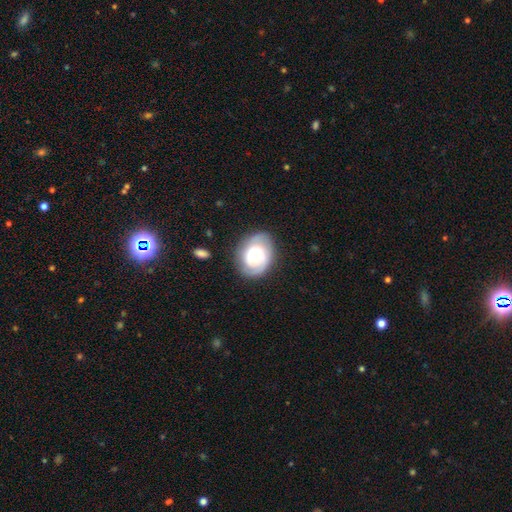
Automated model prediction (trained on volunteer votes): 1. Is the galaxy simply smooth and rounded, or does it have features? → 56% featured or disk, 37% smooth, 7% star or artifact.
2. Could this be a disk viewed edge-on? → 97% no, 3% yes.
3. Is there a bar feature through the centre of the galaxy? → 68% no, 26% weak, 6% strong.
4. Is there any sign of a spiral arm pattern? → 80% yes, 20% no.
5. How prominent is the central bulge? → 47% moderate, 30% large, 16% small, 5% dominant, 2% none.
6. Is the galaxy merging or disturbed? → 74% none, 18% minor disturbance, 6% major disturbance, 2% merger.